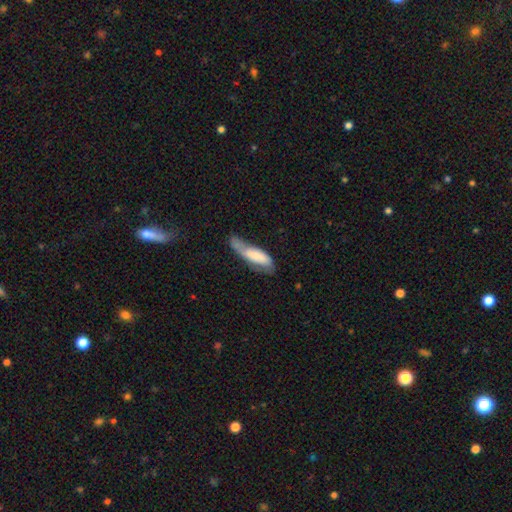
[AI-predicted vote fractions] Smooth or featured? Predicted: smooth (p=0.66). How rounded? Predicted: in between (p=0.51). Merging? Predicted: minor disturbance (p=0.37).